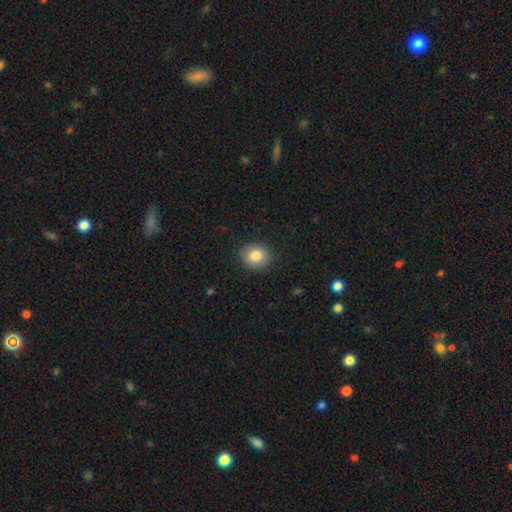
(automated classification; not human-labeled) Smooth or featured?
  - smooth: 84% *
  - star or artifact: 9%
  - featured or disk: 7%
How rounded?
  - round: 71% *
  - in between: 28%
  - cigar-shaped: 1%
Merging?
  - none: 88% *
  - minor disturbance: 9%
  - major disturbance: 2%
  - merger: 1%